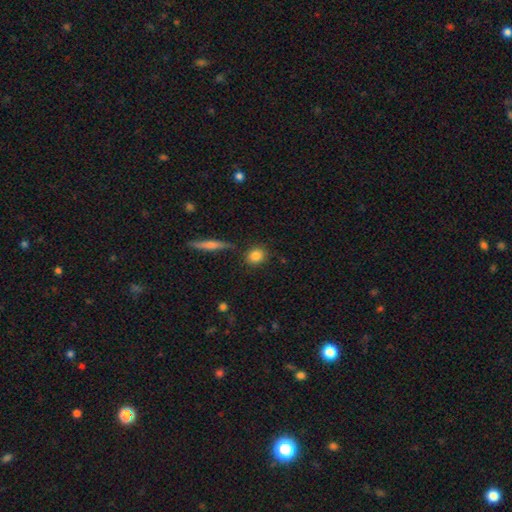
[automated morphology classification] smooth_or_featured: smooth (p=0.84) [alt: star or artifact p=0.09]
how_rounded: round (p=0.69) [alt: in between p=0.28]
merging: none (p=0.83) [alt: minor disturbance p=0.10]